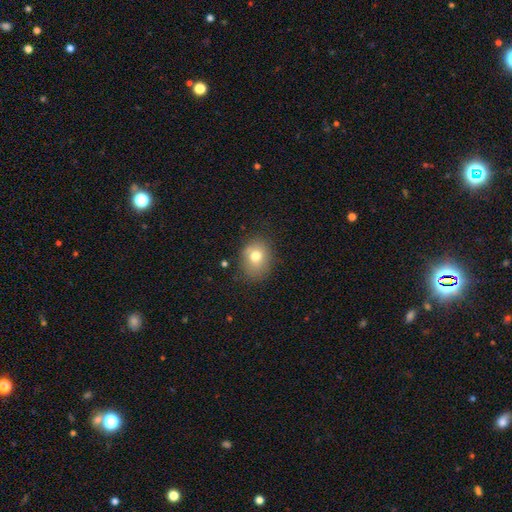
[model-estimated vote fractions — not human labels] smooth 73%, featured or disk 15%, star or artifact 11%. Down the decision tree: how rounded — in between (50%); merging — none (72%).